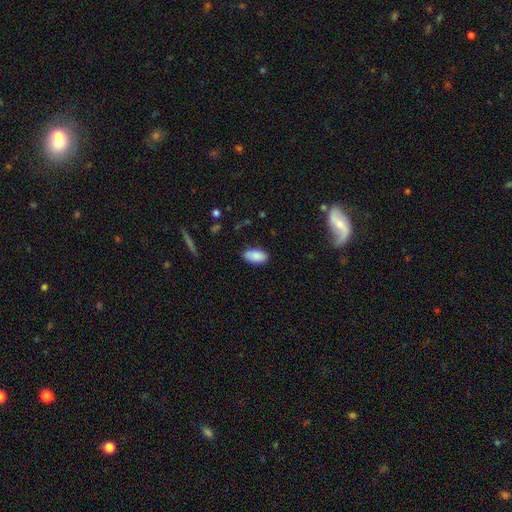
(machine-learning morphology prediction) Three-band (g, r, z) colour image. It shows a smooth galaxy with no disk features (88%) that is in between round and cigar-shaped (94%). Merging: none (83%).